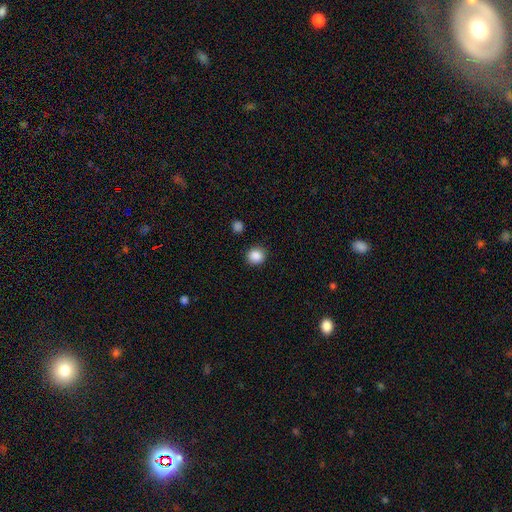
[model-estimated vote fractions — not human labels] smooth_or_featured: smooth (p=0.88) [alt: star or artifact p=0.09]
how_rounded: round (p=0.87) [alt: in between p=0.12]
merging: none (p=0.89) [alt: minor disturbance p=0.07]